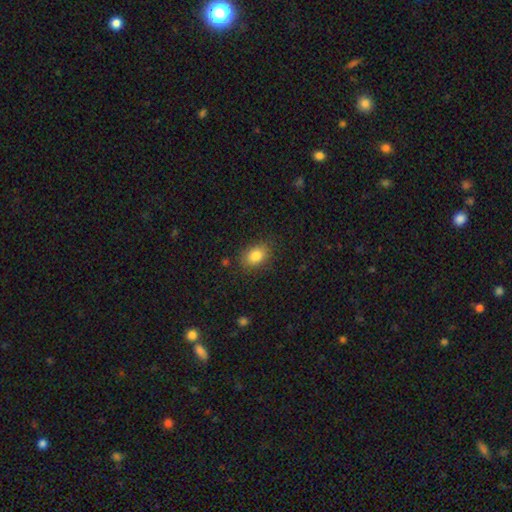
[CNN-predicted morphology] Smooth or featured?
  - smooth: 84% *
  - star or artifact: 9%
  - featured or disk: 7%
How rounded?
  - in between: 78% *
  - round: 21%
  - cigar-shaped: 1%
Merging?
  - none: 83% *
  - minor disturbance: 12%
  - major disturbance: 3%
  - merger: 1%